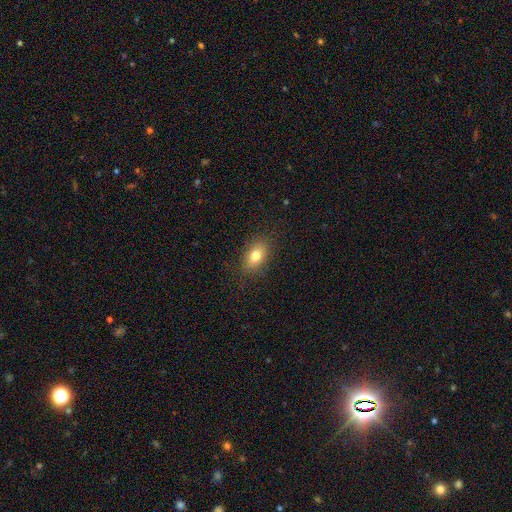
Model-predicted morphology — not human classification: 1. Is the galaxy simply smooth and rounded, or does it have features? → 77% smooth, 13% featured or disk, 10% star or artifact.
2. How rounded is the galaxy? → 81% in between, 16% round, 3% cigar-shaped.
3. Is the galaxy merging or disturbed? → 85% none, 11% minor disturbance, 3% major disturbance, 1% merger.